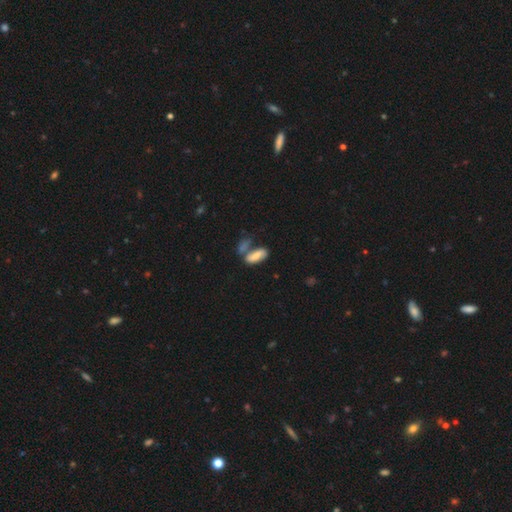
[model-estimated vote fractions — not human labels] Smooth or featured? smooth (73%)
How rounded? in between (74%)
Merging? none (39%)